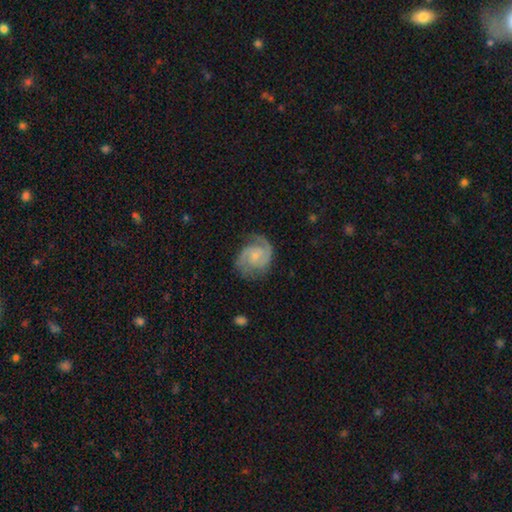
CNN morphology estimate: Q: Smooth or featured?
A: featured or disk (88%); runner-up: smooth (7%)
Q: Edge-on disk?
A: no (98%); runner-up: yes (2%)
Q: Bar?
A: no (64%); runner-up: weak (31%)
Q: Spiral arms?
A: yes (98%); runner-up: no (2%)
Q: Spiral winding?
A: medium (48%); runner-up: tight (42%)
Q: Spiral arm count?
A: 2 (78%); runner-up: 3 (10%)
Q: Bulge size?
A: small (68%); runner-up: moderate (24%)
Q: Merging?
A: none (73%); runner-up: minor disturbance (18%)